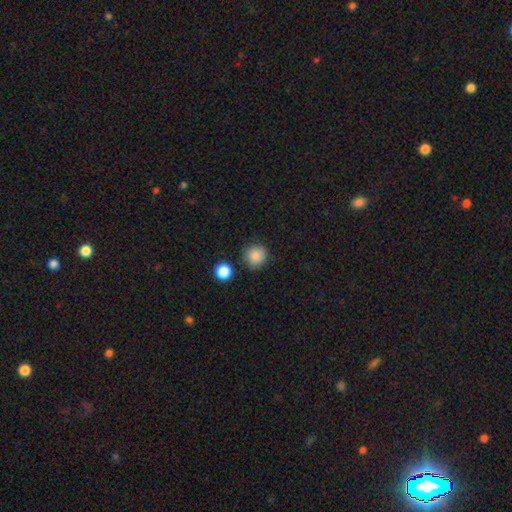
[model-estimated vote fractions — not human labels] A smooth galaxy with no disk features (86%) that is round (93%).

Vote fractions:
- Smooth or featured? smooth: 86% / star or artifact: 10% / featured or disk: 4%
- How rounded? round: 93% / in between: 7% / cigar-shaped: 1%
- Merging? none: 85% / minor disturbance: 9% / merger: 3% / major disturbance: 3%